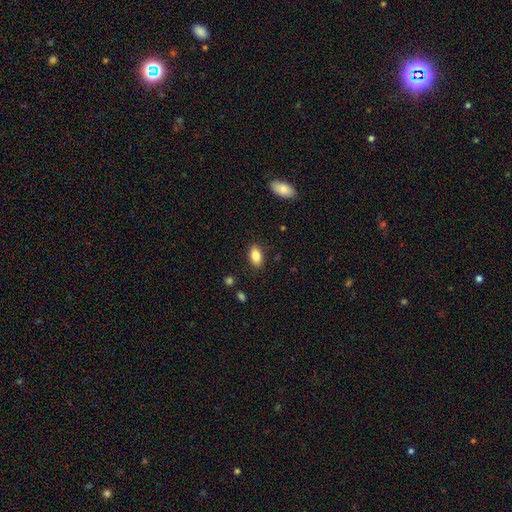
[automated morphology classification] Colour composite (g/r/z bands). It shows a smooth galaxy with no disk features (84%) that is in between round and cigar-shaped (90%). Merging: none (86%).